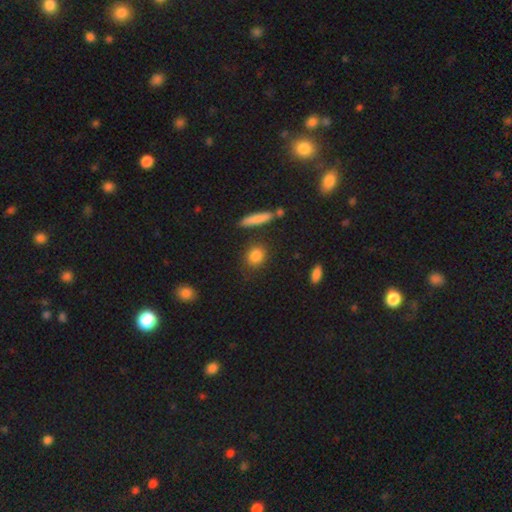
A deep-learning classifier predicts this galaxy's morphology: This is clearly a smooth galaxy (84%). How rounded: likely round (62%). Merging: clearly none (81%).